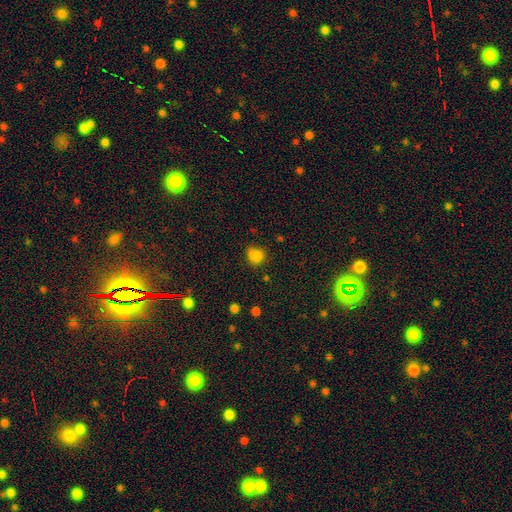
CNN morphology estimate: Smooth or featured?
  - smooth: 80% *
  - star or artifact: 15%
  - featured or disk: 5%
How rounded?
  - round: 59% *
  - in between: 40%
  - cigar-shaped: 1%
Merging?
  - none: 63% *
  - minor disturbance: 23%
  - major disturbance: 7%
  - merger: 7%